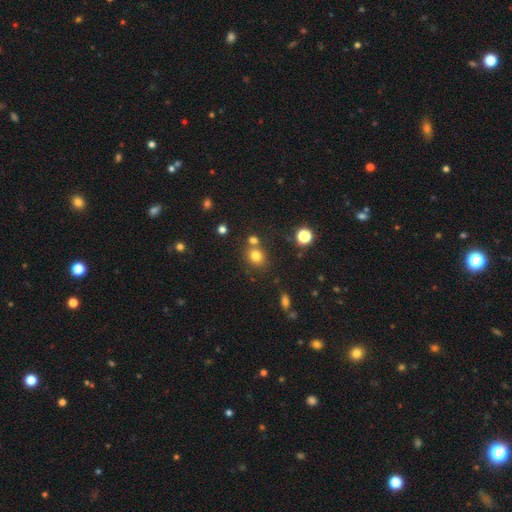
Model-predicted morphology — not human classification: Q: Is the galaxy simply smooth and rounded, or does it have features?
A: smooth — 78%.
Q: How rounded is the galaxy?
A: round — 66%.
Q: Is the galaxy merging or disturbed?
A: none — 64%.